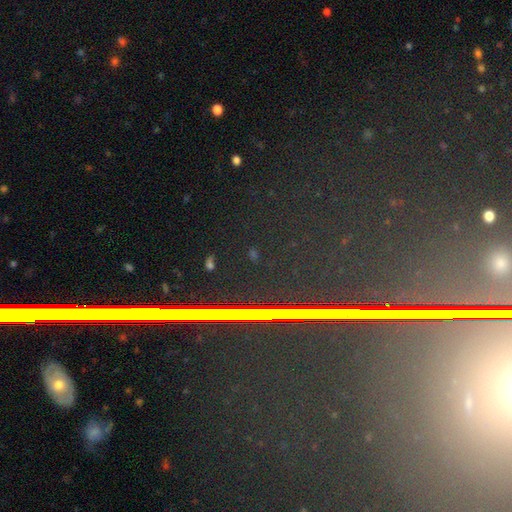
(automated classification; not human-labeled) smooth-or-featured: star or artifact: 81% | featured or disk: 10% | smooth: 9%